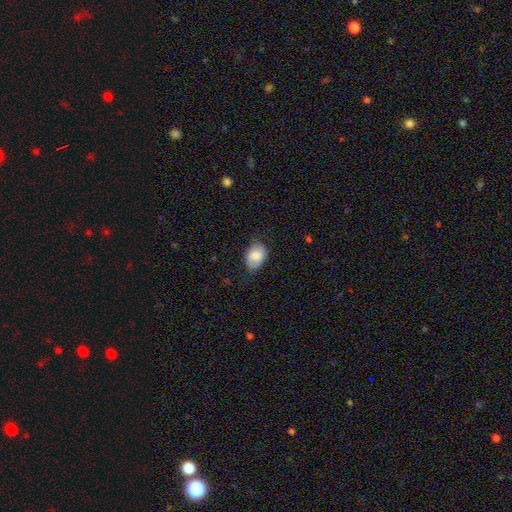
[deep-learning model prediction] smooth_or_featured: smooth (p=0.79) [alt: featured or disk p=0.14]
how_rounded: in between (p=0.81) [alt: round p=0.18]
merging: none (p=0.70) [alt: minor disturbance p=0.24]